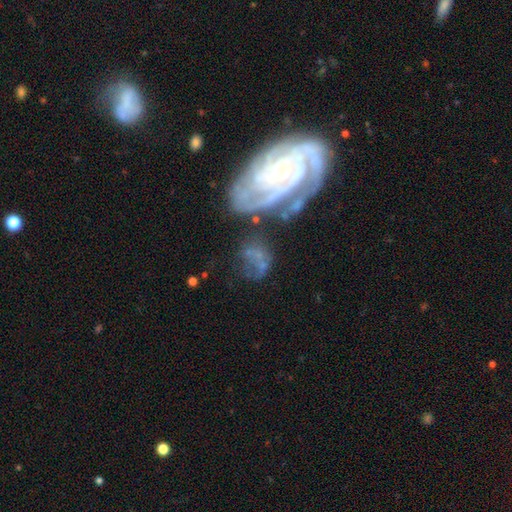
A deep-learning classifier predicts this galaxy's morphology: Smooth or featured?
  - featured or disk: 57% *
  - smooth: 29%
  - star or artifact: 14%
Edge-on disk?
  - no: 96% *
  - yes: 4%
Bar?
  - no: 70% *
  - weak: 21%
  - strong: 9%
Spiral arms?
  - yes: 63% *
  - no: 37%
Bulge size?
  - none: 37% *
  - small: 36%
  - moderate: 21%
  - large: 4%
  - dominant: 2%
Merging?
  - none: 33% *
  - major disturbance: 28%
  - merger: 20%
  - minor disturbance: 19%